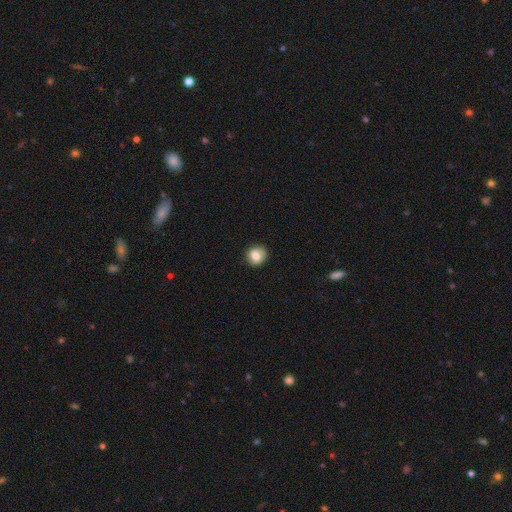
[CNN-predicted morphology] This appears to be a smooth galaxy with no disk features (79%) that is round (82%). Merging: none (85%).